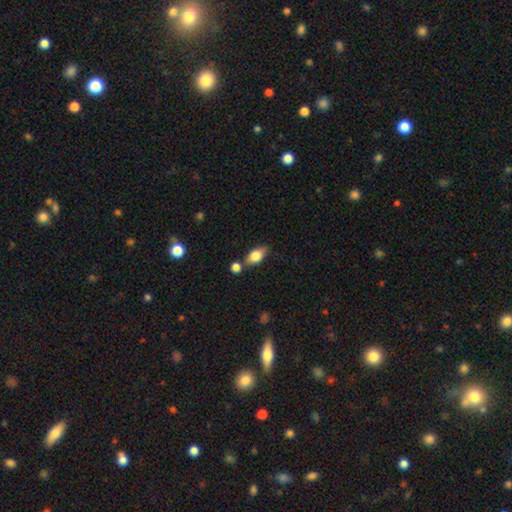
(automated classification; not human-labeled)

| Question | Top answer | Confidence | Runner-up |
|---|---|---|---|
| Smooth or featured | smooth | 79% | featured or disk (14%) |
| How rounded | in between | 84% | round (10%) |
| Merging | none | 62% | merger (18%) |